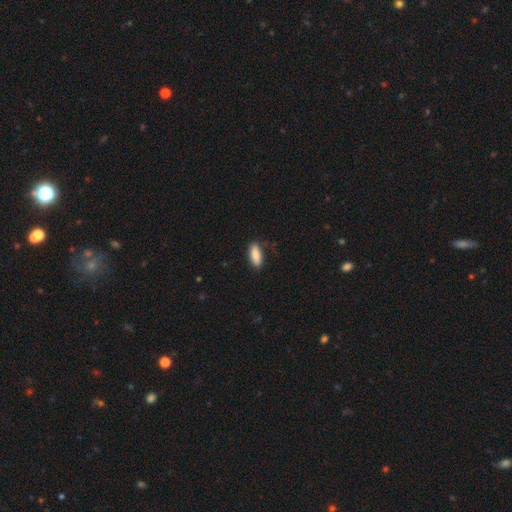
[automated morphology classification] Smooth or featured: smooth — 85% (featured or disk — 8%)
How rounded: in between — 74% (cigar-shaped — 23%)
Merging: none — 82% (minor disturbance — 14%)